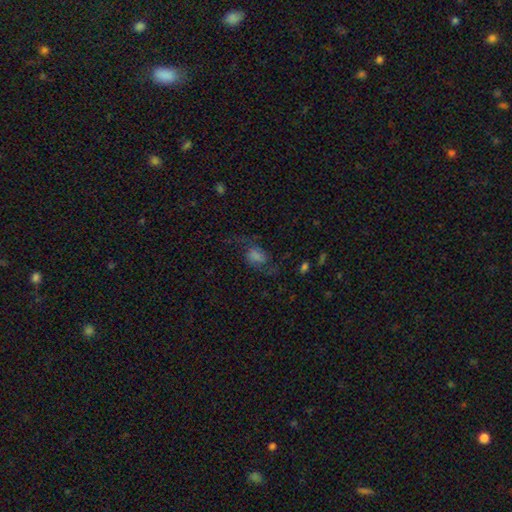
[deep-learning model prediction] This is possibly a featured or disk galaxy (51%). It is clearly not viewed edge-on (96%). Merging: possibly none (57%).